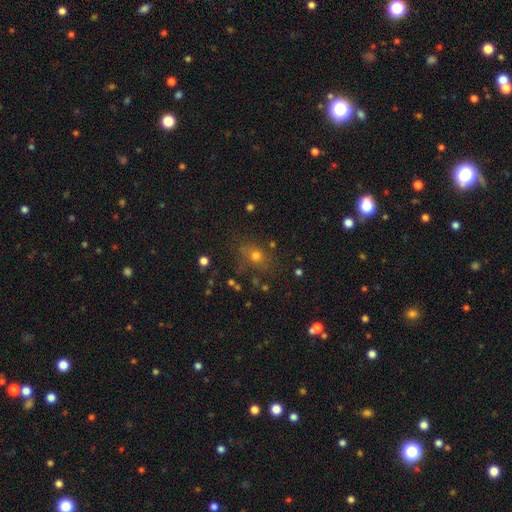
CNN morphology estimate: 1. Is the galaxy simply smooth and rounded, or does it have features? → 57% smooth, 30% star or artifact, 12% featured or disk.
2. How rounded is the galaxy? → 68% round, 31% in between, 2% cigar-shaped.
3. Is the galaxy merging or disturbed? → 76% none, 14% minor disturbance, 6% major disturbance, 4% merger.